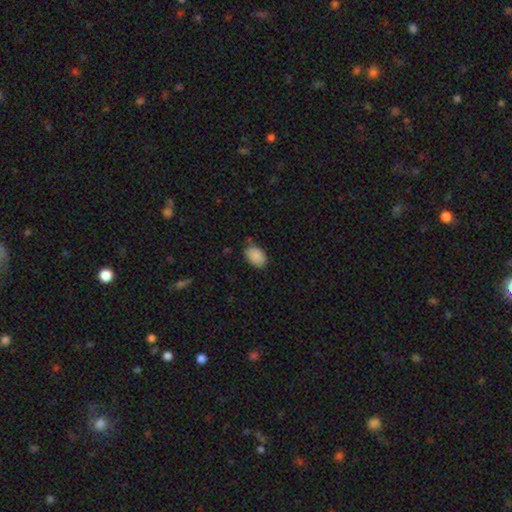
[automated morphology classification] This is clearly a smooth galaxy (88%). How rounded: clearly in between (85%). Merging: likely none (74%).